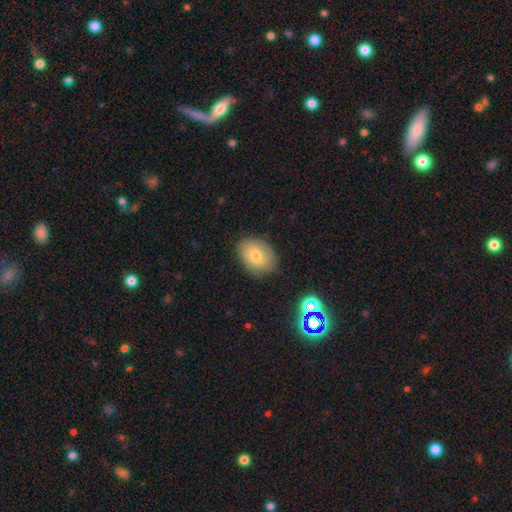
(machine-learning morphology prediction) Overall: smooth (59%; featured or disk 30%). How rounded: in between (71%). Merging: none (80%).